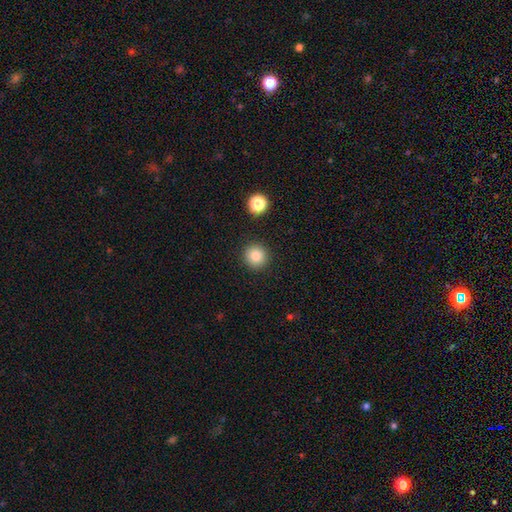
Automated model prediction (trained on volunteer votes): A smooth galaxy with no disk features (85%) that is round (94%).

Vote fractions:
- Smooth or featured? smooth: 85% / star or artifact: 11% / featured or disk: 5%
- How rounded? round: 94% / in between: 5% / cigar-shaped: 1%
- Merging? none: 90% / minor disturbance: 6% / merger: 2% / major disturbance: 2%